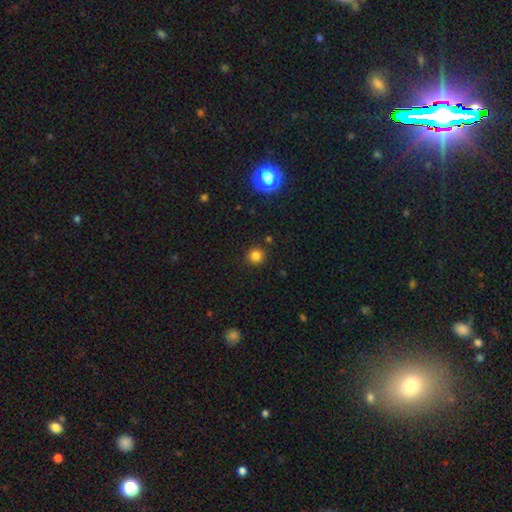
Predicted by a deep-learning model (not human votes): The model was most divided on "smooth or featured": smooth: 81%, star or artifact: 15%, featured or disk: 4%. More confident: how rounded — round (94%); merging — none (90%).